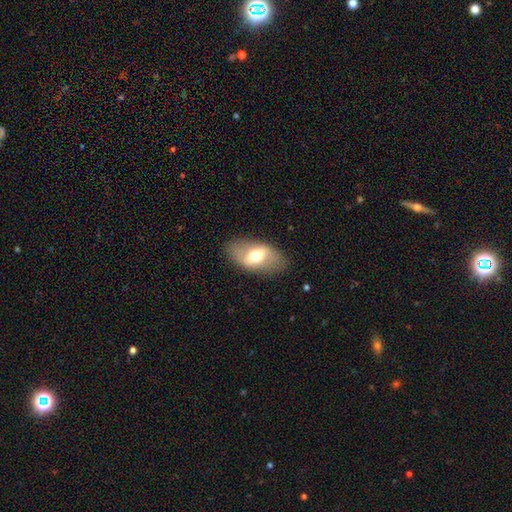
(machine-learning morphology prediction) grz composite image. It shows a smooth galaxy with no disk features (48%). Merging: none (82%).